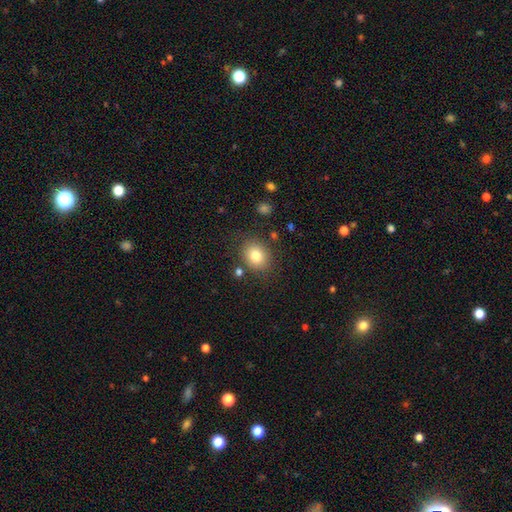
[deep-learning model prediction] This is clearly a smooth galaxy (81%). How rounded: likely round (61%). Merging: clearly none (81%).